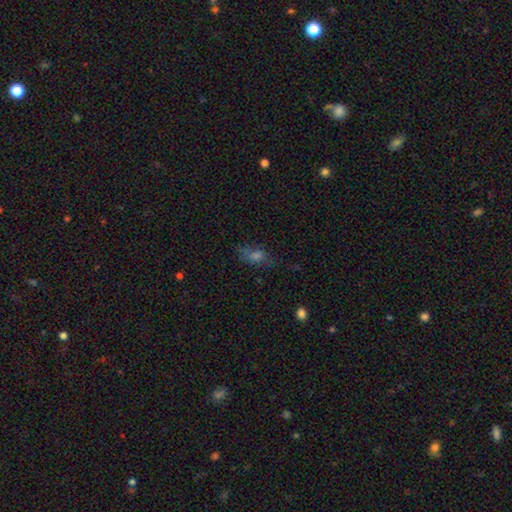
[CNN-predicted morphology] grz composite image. It shows a smooth galaxy with no disk features (52%) that is in between round and cigar-shaped (70%). Merging: none (63%).